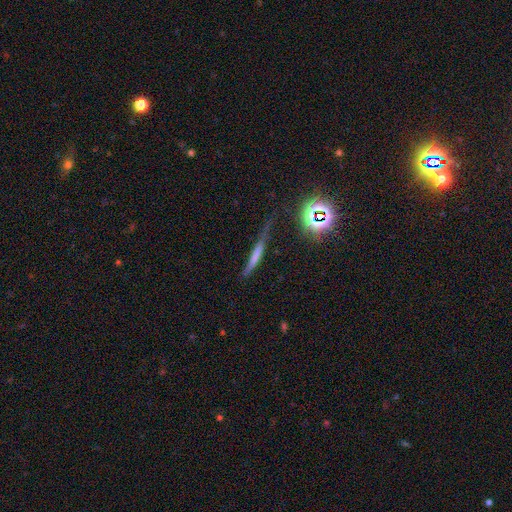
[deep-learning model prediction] Overall: smooth (55%; featured or disk 30%). How rounded: cigar-shaped (90%). Merging: none (53%; minor disturbance 25%).